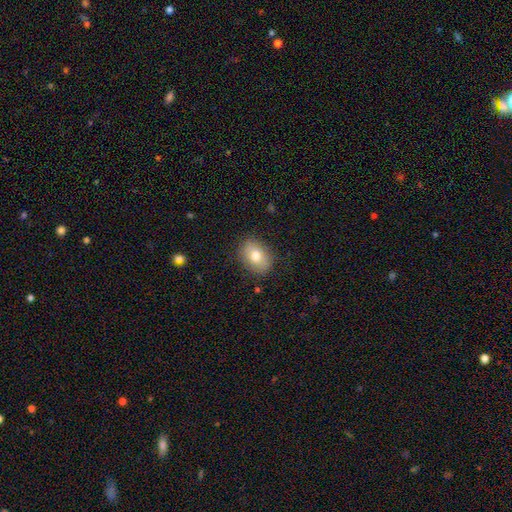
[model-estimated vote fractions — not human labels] smooth_or_featured: smooth (p=0.76) [alt: featured or disk p=0.15]
how_rounded: in between (p=0.70) [alt: round p=0.28]
merging: none (p=0.84) [alt: minor disturbance p=0.12]